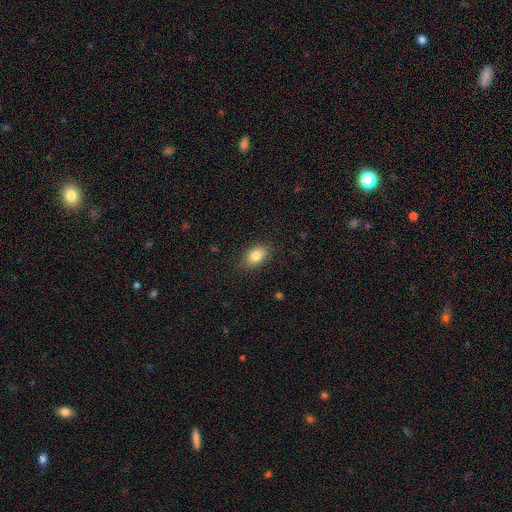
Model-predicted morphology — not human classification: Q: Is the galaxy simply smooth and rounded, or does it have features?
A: smooth — 83%.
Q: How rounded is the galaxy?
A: in between — 81%.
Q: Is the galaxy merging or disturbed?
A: none — 85%.